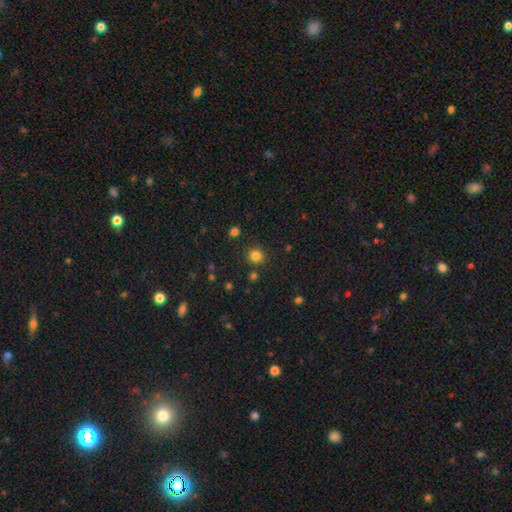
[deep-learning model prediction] Smooth or featured? smooth (82%)
How rounded? round (88%)
Merging? none (86%)